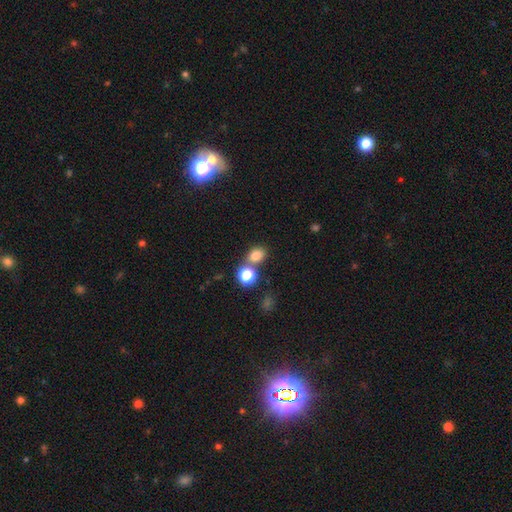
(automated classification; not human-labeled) Overall: smooth (78%). How rounded: in between (50%; round 49%). Merging: none (61%; merger 25%).